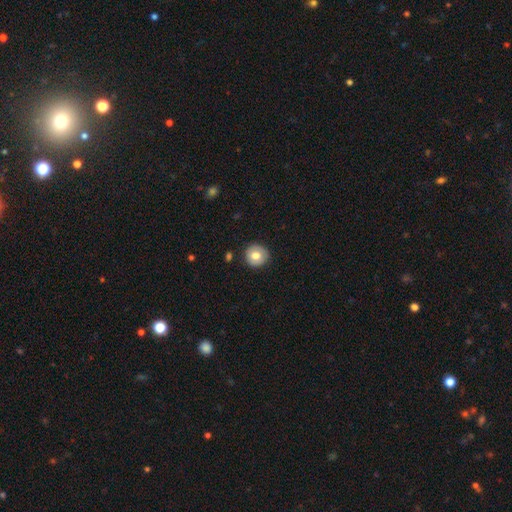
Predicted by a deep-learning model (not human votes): This appears to be a smooth galaxy with no disk features (71%) that is round (92%). Merging: none (88%).